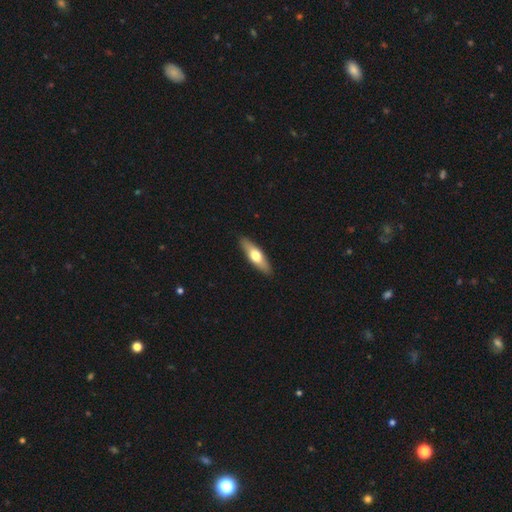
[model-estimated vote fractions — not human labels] smooth 56%, featured or disk 39%, star or artifact 5%. Down the decision tree: how rounded — cigar-shaped (57%); merging — none (90%).